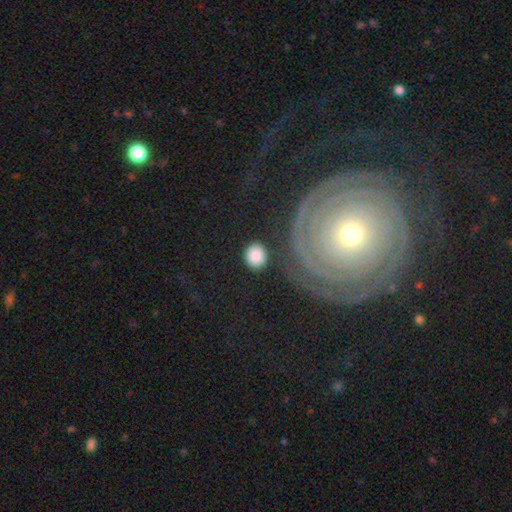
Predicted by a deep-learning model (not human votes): Q: Smooth or featured?
A: smooth (86%); runner-up: star or artifact (7%)
Q: How rounded?
A: round (75%); runner-up: in between (24%)
Q: Merging?
A: none (81%); runner-up: minor disturbance (11%)